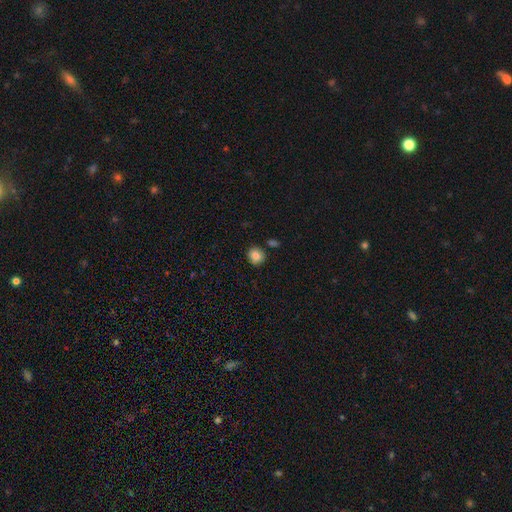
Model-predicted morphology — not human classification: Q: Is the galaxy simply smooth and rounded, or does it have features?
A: smooth — 81%.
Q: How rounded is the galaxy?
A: round — 84%.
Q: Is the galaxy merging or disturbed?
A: none — 82%.